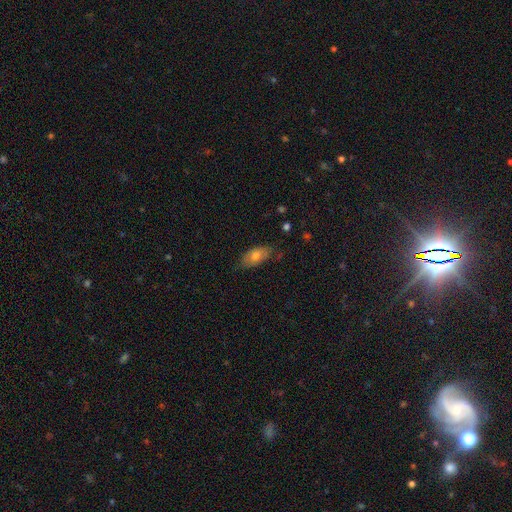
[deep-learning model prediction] smooth_or_featured: smooth (p=0.68) [alt: featured or disk p=0.25]
how_rounded: in between (p=0.91) [alt: cigar-shaped p=0.05]
merging: none (p=0.68) [alt: minor disturbance p=0.25]